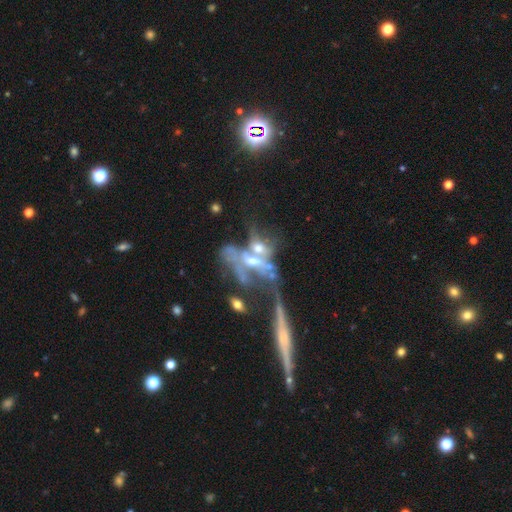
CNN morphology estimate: Smooth or featured: featured or disk — 64% (smooth — 19%)
Edge-on disk: no — 73% (yes — 27%)
Merging: merger — 59% (major disturbance — 19%)